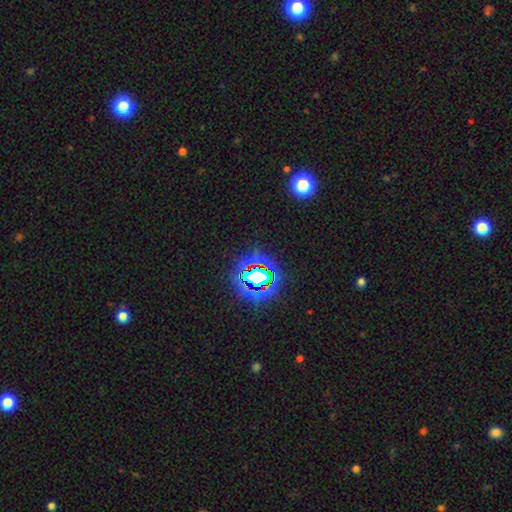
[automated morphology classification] star or artifact 81%, smooth 12%, featured or disk 7%.